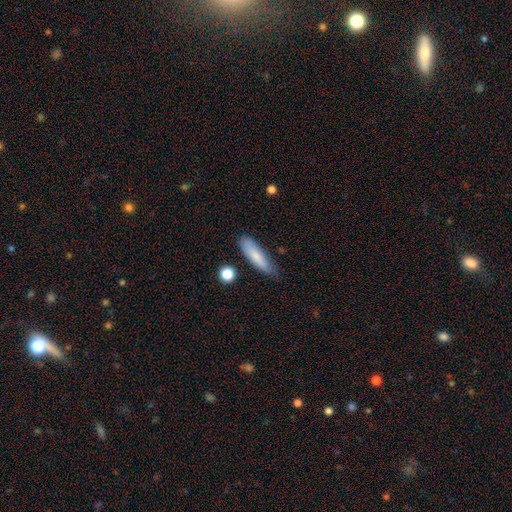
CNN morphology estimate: Q: Smooth or featured?
A: smooth (79%); runner-up: featured or disk (14%)
Q: How rounded?
A: cigar-shaped (64%); runner-up: in between (34%)
Q: Merging?
A: none (70%); runner-up: minor disturbance (23%)